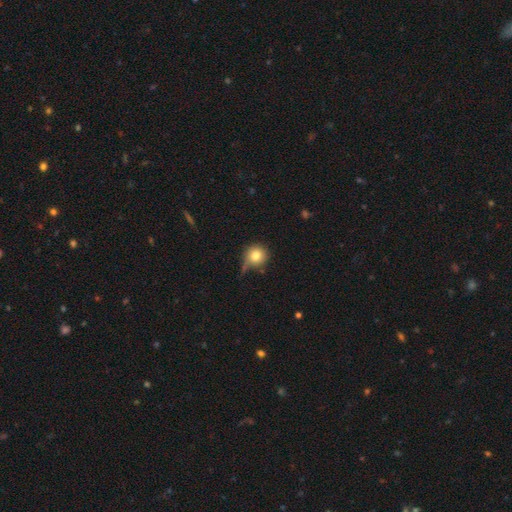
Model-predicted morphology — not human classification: The model was most divided on "merging": none: 53%, minor disturbance: 27%, major disturbance: 13%, merger: 7%. More confident: how rounded — round (91%); smooth or featured — smooth (80%).